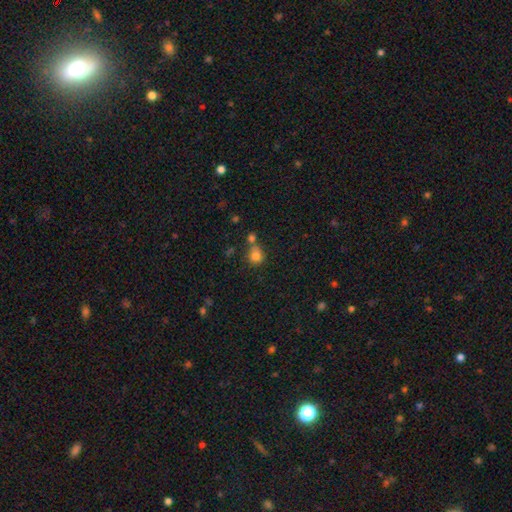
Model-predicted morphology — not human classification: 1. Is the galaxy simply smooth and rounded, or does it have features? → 81% smooth, 12% star or artifact, 7% featured or disk.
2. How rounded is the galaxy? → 82% round, 17% in between, 1% cigar-shaped.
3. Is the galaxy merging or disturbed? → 53% none, 29% merger, 13% minor disturbance, 5% major disturbance.